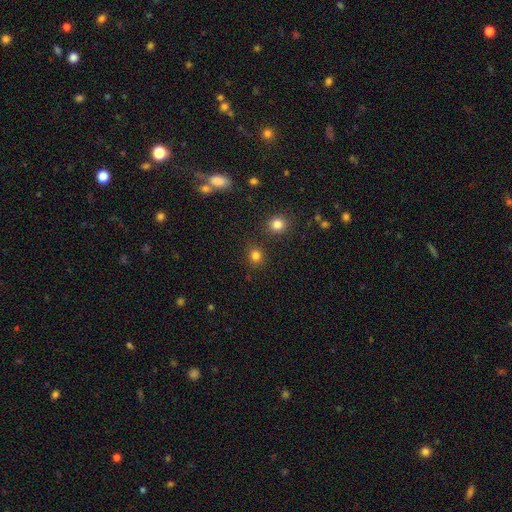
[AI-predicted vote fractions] smooth 80%, star or artifact 15%, featured or disk 5%. Down the decision tree: how rounded — round (82%); merging — none (84%).